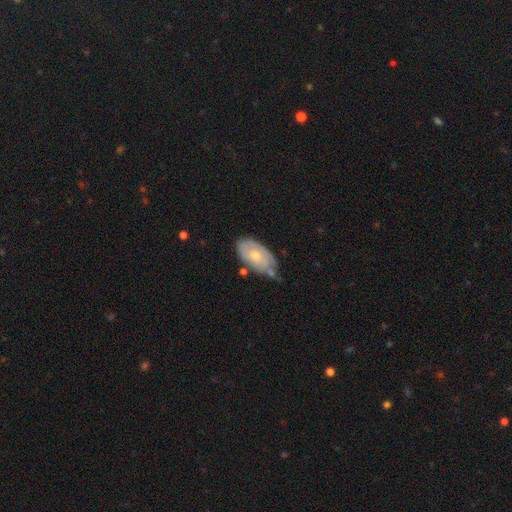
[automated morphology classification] smooth_or_featured: featured or disk (p=0.55) [alt: smooth p=0.39]
disk_edge_on: no (p=0.92) [alt: yes p=0.08]
bar: no (p=0.80) [alt: weak p=0.17]
has_spiral_arms: yes (p=0.65) [alt: no p=0.35]
bulge_size: small (p=0.48) [alt: moderate p=0.47]
merging: none (p=0.46) [alt: minor disturbance p=0.35]